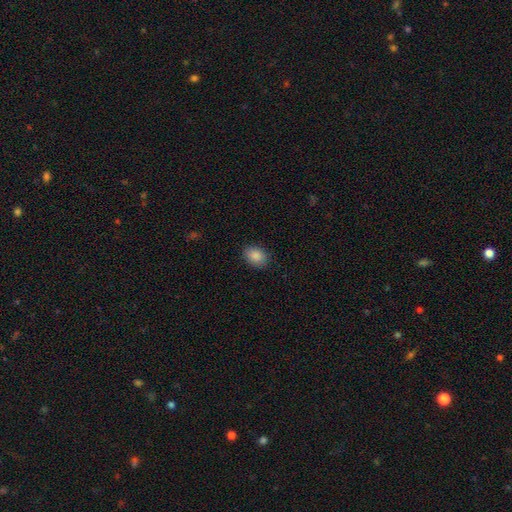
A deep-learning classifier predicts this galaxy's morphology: Overall: smooth (87%). How rounded: in between (69%; round 30%). Merging: none (87%).